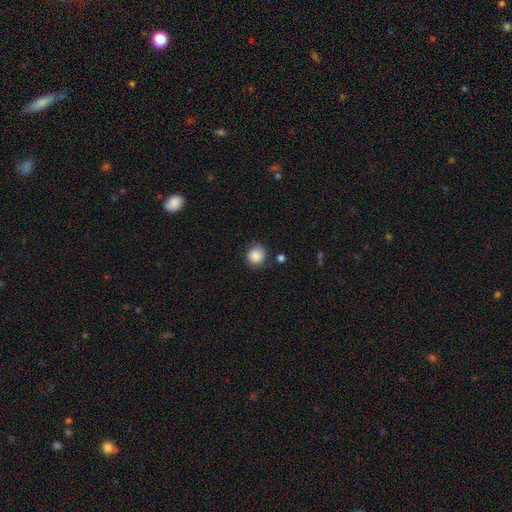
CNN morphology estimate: smooth 87%, star or artifact 9%, featured or disk 4%. Down the decision tree: how rounded — round (87%); merging — none (78%).